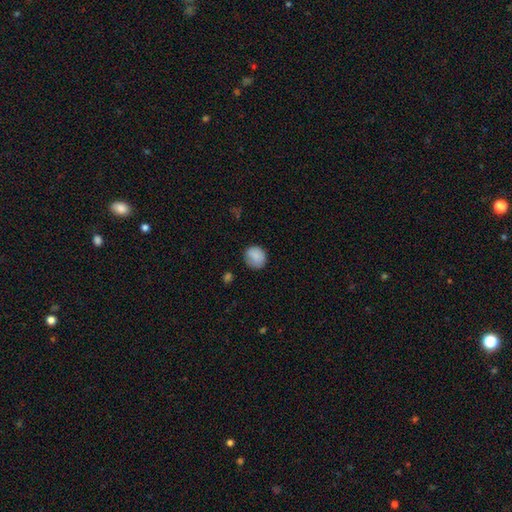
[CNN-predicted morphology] type=smooth (86%); roundness=round (80%); merging=none (79%).